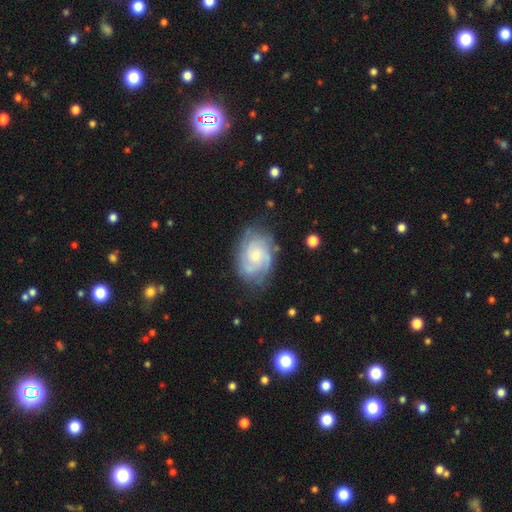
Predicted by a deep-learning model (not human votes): Morphology: type=featured or disk (80%); edge-on=no (97%); bar=no (73%); spiral arms=yes (94%); winding=tight (59%); arm count=can't tell (28%); bulge=small (57%); merging=none (70%).